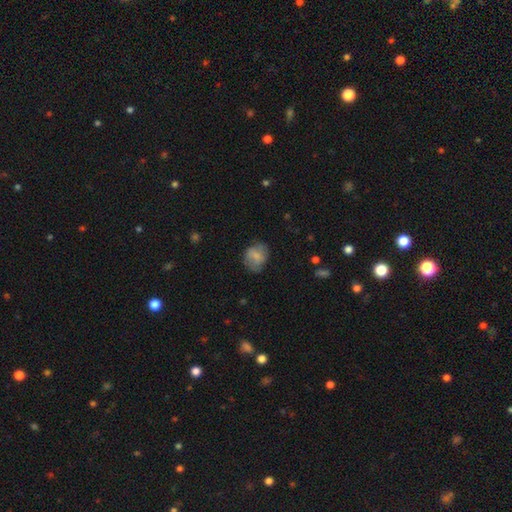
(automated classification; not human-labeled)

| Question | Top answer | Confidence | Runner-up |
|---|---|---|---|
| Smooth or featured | smooth | 67% | featured or disk (25%) |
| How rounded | round | 58% | in between (41%) |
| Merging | none | 64% | minor disturbance (25%) |